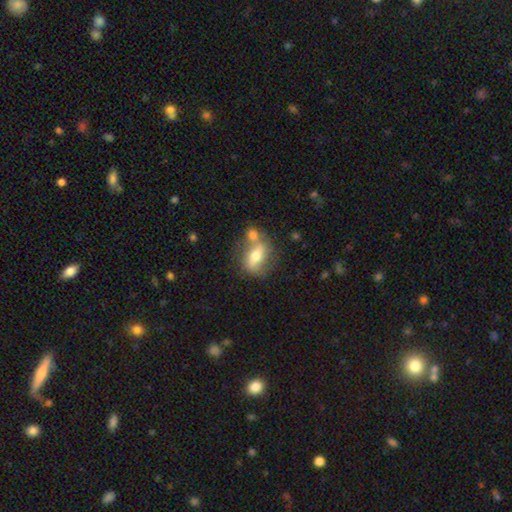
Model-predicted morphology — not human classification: smooth-or-featured: smooth: 49% | featured or disk: 43% | star or artifact: 8%
  merging: none: 51% | merger: 29% | minor disturbance: 14% | major disturbance: 6%